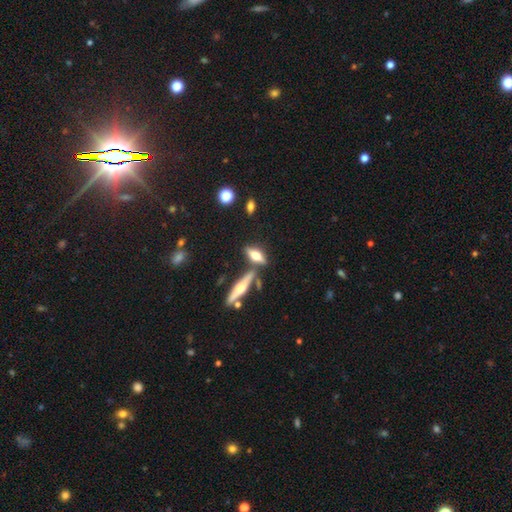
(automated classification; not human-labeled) Overall: smooth (48%; featured or disk 44%). Merging: none (65%).